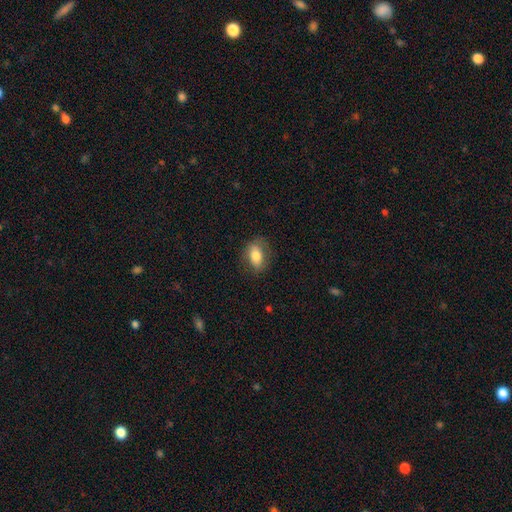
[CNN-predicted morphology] Q: Smooth or featured?
A: smooth (74%); runner-up: featured or disk (19%)
Q: How rounded?
A: in between (84%); runner-up: round (13%)
Q: Merging?
A: none (76%); runner-up: minor disturbance (16%)